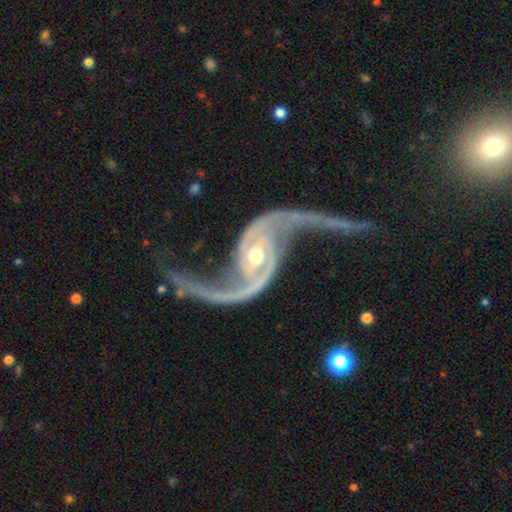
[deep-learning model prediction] A featured or disk galaxy (94%) with no bar (46%), 2 (95%) loose (72%) spiral arms (98%) and a moderate central bulge (55%).

Vote fractions:
- Smooth or featured? featured or disk: 94% / star or artifact: 4% / smooth: 2%
- Edge-on disk? no: 97% / yes: 3%
- Bar? no: 46% / weak: 32% / strong: 23%
- Spiral arms? yes: 98% / no: 2%
- Spiral winding? loose: 72% / medium: 21% / tight: 7%
- Spiral arm count? 2: 95% / 1: 1% / can't tell: 1% / 3: 1% / 4: 1% / more than 4: 1%
- Bulge size? moderate: 55% / small: 40% / large: 3% / none: 1% / dominant: 1%
- Merging? none: 62% / minor disturbance: 17% / major disturbance: 17% / merger: 5%